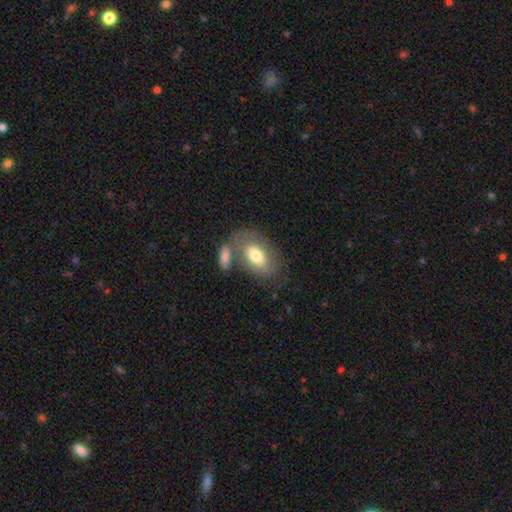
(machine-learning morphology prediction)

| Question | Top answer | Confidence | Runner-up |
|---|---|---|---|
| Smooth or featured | smooth | 67% | featured or disk (26%) |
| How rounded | in between | 90% | round (8%) |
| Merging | none | 54% | merger (23%) |